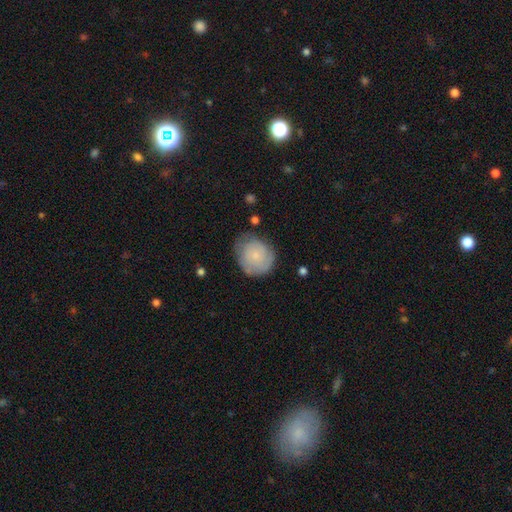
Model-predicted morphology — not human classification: Smooth or featured: smooth — 55% (featured or disk — 39%)
How rounded: round — 76% (in between — 23%)
Merging: none — 62% (minor disturbance — 27%)